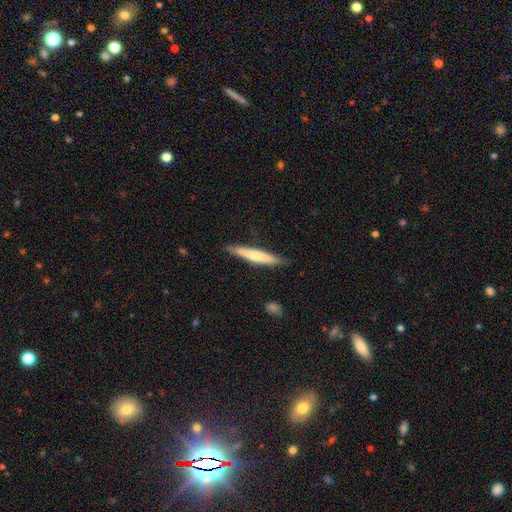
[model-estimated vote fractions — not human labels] Morphology: type=smooth (59%); roundness=cigar-shaped (94%); merging=none (84%).